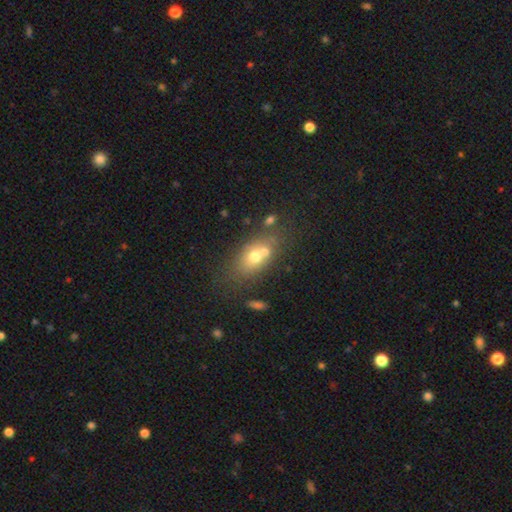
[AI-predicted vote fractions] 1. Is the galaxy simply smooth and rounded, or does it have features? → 63% smooth, 24% featured or disk, 13% star or artifact.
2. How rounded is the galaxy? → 72% in between, 21% round, 7% cigar-shaped.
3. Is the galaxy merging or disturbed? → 49% none, 32% merger, 13% minor disturbance, 6% major disturbance.